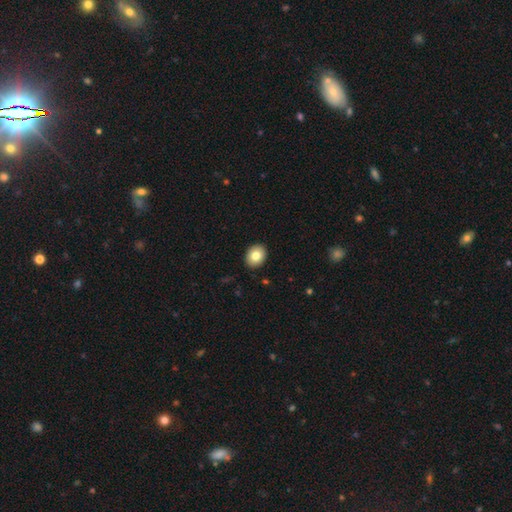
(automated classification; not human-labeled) Q: Smooth or featured?
A: smooth (81%); runner-up: featured or disk (11%)
Q: How rounded?
A: in between (51%); runner-up: round (48%)
Q: Merging?
A: none (91%); runner-up: minor disturbance (6%)